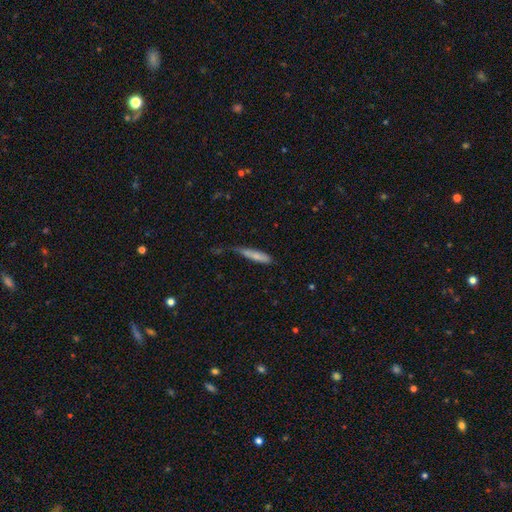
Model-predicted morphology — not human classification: smooth 74%, featured or disk 20%, star or artifact 6%. Down the decision tree: how rounded — cigar-shaped (84%); merging — none (46%).